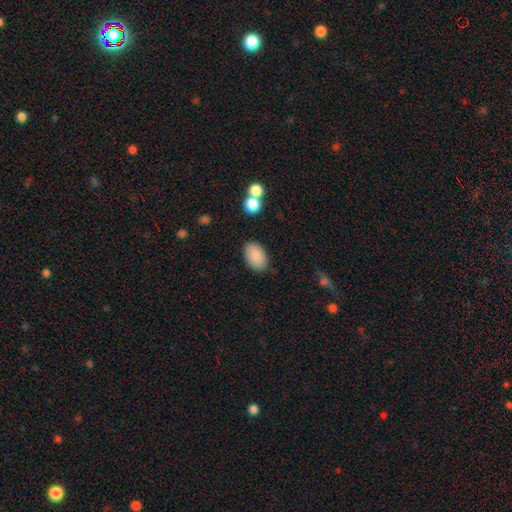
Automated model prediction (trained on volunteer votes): A smooth galaxy with no disk features (87%) that is in between round and cigar-shaped (92%). Merging: none (85%).